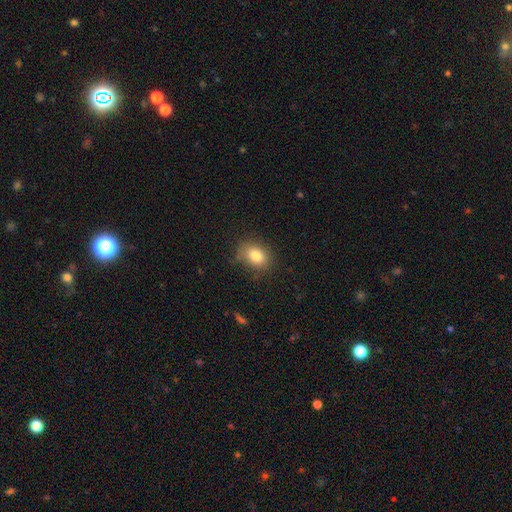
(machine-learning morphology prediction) smooth 82%, star or artifact 10%, featured or disk 8%. Down the decision tree: how rounded — in between (66%); merging — none (75%).